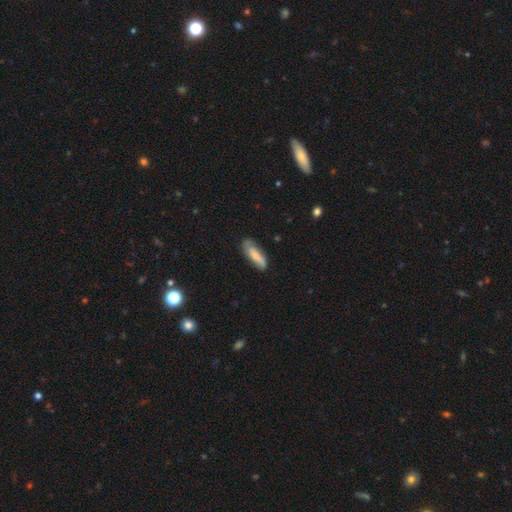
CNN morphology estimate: Smooth or featured: smooth — 71% (featured or disk — 22%)
How rounded: cigar-shaped — 53% (in between — 45%)
Merging: none — 68% (minor disturbance — 24%)